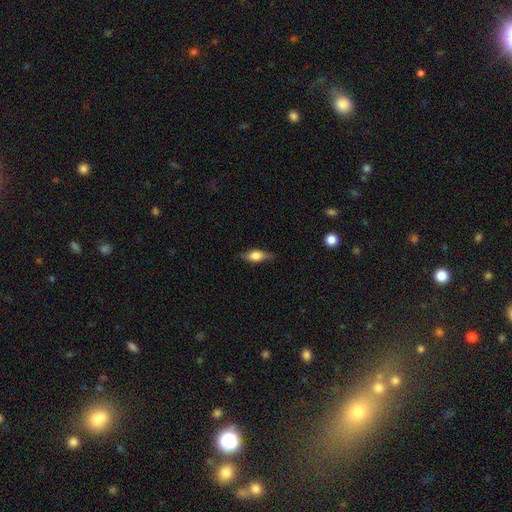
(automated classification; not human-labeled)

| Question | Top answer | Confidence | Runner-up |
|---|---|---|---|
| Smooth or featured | smooth | 63% | featured or disk (29%) |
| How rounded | in between | 71% | cigar-shaped (23%) |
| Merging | none | 75% | minor disturbance (20%) |